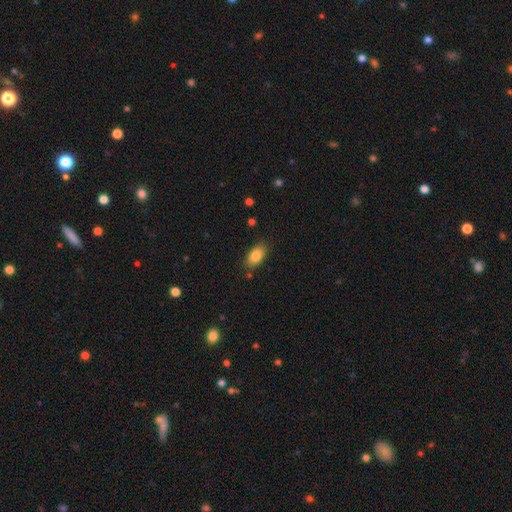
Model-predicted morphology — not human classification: Overall: smooth (84%). How rounded: in between (90%). Merging: none (83%).